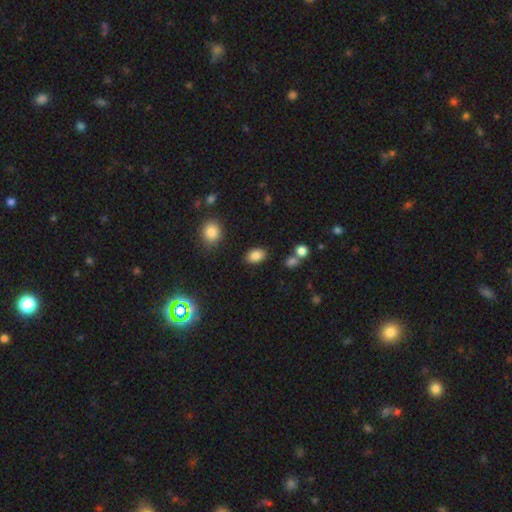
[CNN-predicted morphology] The model was most divided on "how rounded": in between: 85%, round: 14%, cigar-shaped: 1%. More confident: merging — none (84%); smooth or featured — smooth (83%).